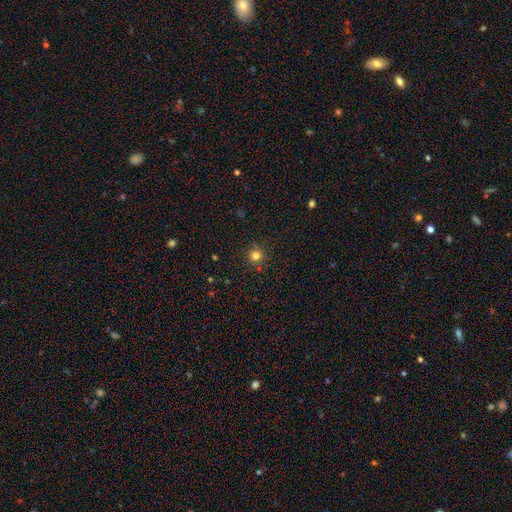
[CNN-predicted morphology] Smooth or featured?
  - smooth: 80% *
  - star or artifact: 15%
  - featured or disk: 5%
How rounded?
  - round: 95% *
  - in between: 4%
  - cigar-shaped: 1%
Merging?
  - none: 89% *
  - minor disturbance: 8%
  - major disturbance: 2%
  - merger: 2%